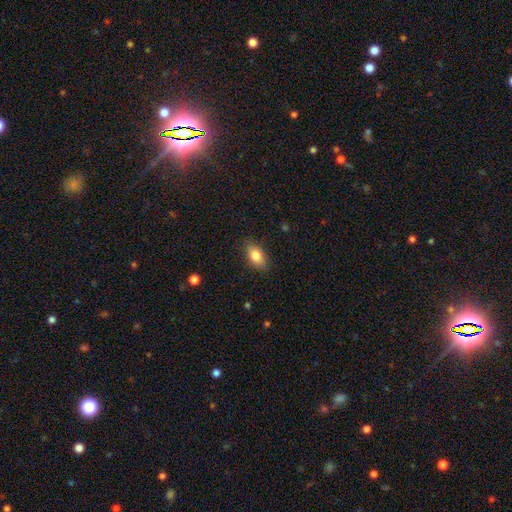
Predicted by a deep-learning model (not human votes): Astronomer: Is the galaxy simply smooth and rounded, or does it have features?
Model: smooth — 81%.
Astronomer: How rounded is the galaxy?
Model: in between — 87%.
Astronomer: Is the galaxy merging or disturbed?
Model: none — 85%.